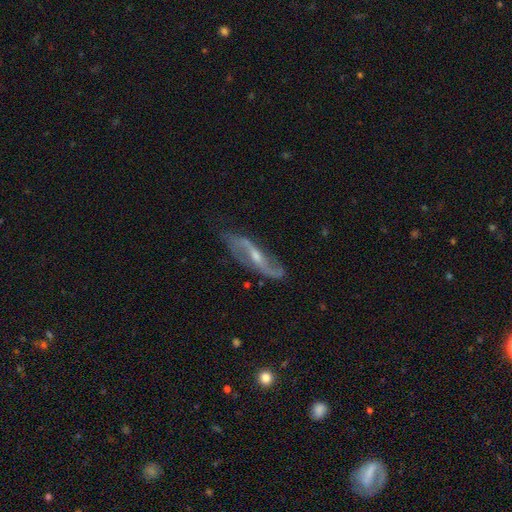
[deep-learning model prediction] This appears to be a featured or disk galaxy (84%) with a weak bar (42%), 2 (90%) loose (53%) spiral arms (94%) and a small central bulge (51%). Merging: none (79%).